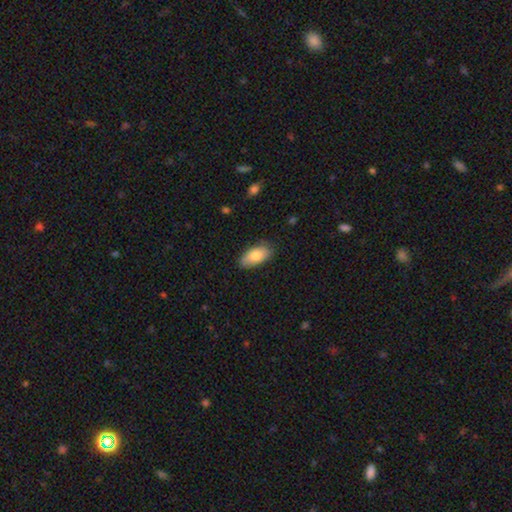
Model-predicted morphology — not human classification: smooth-or-featured: smooth: 80% | featured or disk: 14% | star or artifact: 6%
  how-rounded: in between: 92% | cigar-shaped: 5% | round: 3%
  merging: none: 82% | minor disturbance: 15% | major disturbance: 3% | merger: 1%